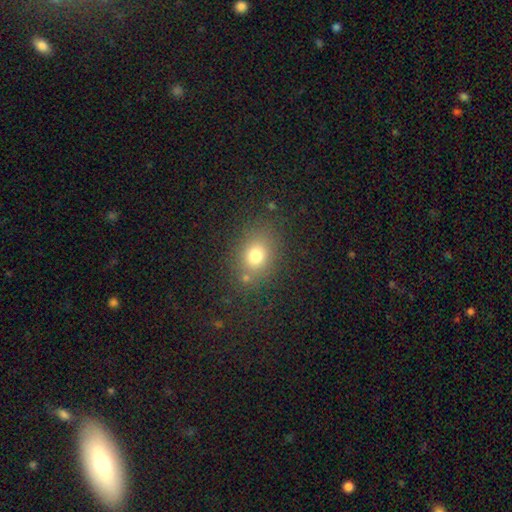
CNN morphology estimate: Q: Smooth or featured?
A: smooth (75%); runner-up: star or artifact (15%)
Q: How rounded?
A: round (54%); runner-up: in between (45%)
Q: Merging?
A: none (77%); runner-up: minor disturbance (12%)